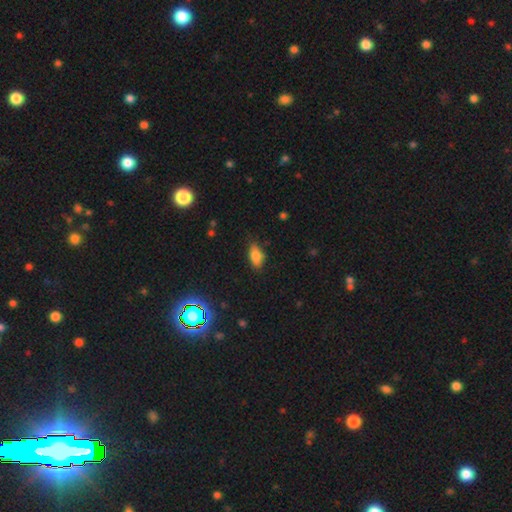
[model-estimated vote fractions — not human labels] The model was most divided on "merging": none: 78%, minor disturbance: 18%, major disturbance: 3%, merger: 1%. More confident: how rounded — in between (87%); smooth or featured — smooth (78%).